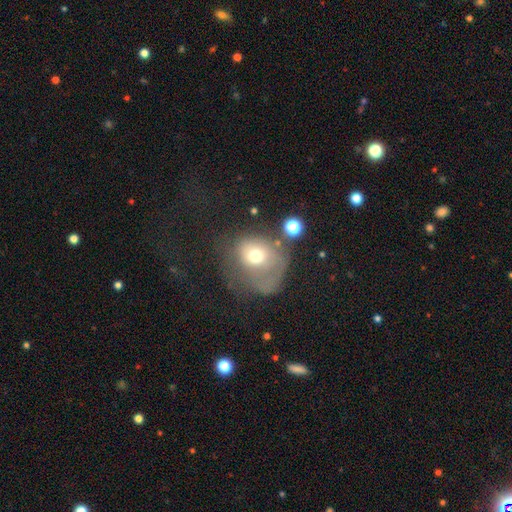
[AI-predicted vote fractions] This appears to be a smooth galaxy with no disk features (61%) that is round (67%). Merging: major disturbance (48%).